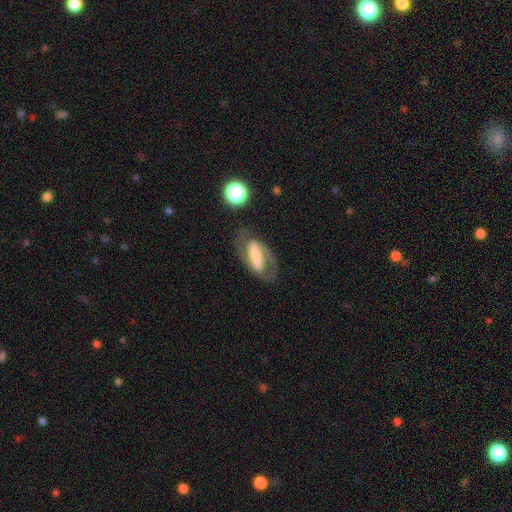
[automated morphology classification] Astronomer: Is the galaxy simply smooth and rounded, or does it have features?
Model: featured or disk — 67%.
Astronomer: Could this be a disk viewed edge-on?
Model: no — 92%.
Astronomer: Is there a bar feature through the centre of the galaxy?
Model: strong — 61%.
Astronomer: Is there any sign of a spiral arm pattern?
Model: yes — 82%.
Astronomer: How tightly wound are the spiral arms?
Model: medium — 48% (runner-up: tight, 30%).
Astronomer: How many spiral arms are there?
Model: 2 — 83%.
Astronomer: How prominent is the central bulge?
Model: large — 25% (runner-up: small, 24%).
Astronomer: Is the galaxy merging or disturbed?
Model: none — 66%.